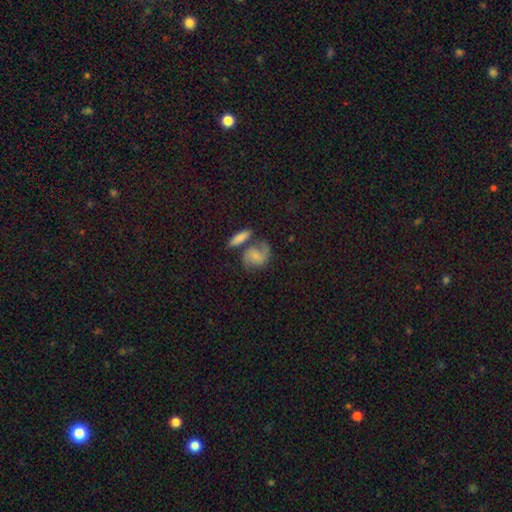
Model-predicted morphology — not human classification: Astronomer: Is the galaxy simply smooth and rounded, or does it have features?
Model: featured or disk — 53% (runner-up: smooth, 37%).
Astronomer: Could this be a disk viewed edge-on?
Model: no — 96%.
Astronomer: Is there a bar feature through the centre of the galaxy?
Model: no — 60%.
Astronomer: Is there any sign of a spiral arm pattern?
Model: yes — 90%.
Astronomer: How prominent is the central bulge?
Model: small — 41% (runner-up: none, 30%).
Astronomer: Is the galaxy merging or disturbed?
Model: none — 47% (runner-up: merger, 25%).